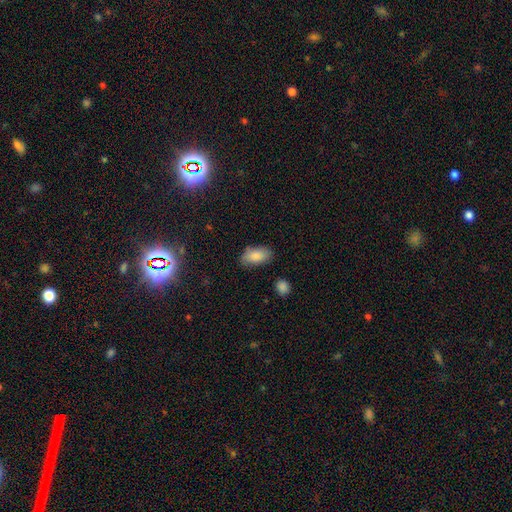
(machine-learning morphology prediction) smooth 85%, featured or disk 8%, star or artifact 7%. Down the decision tree: how rounded — in between (93%); merging — none (77%).